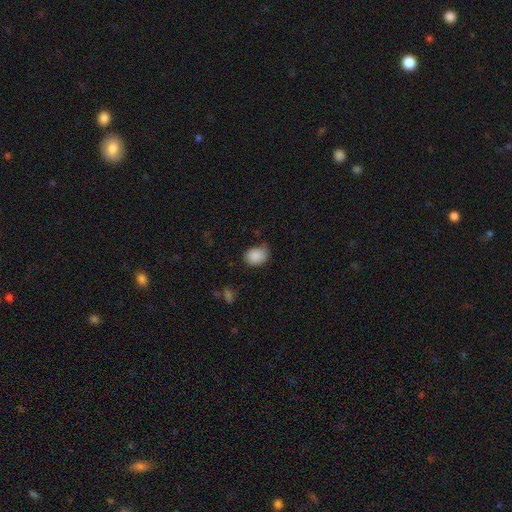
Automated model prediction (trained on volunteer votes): Smooth or featured?
  - smooth: 88% *
  - star or artifact: 8%
  - featured or disk: 4%
How rounded?
  - in between: 53% *
  - round: 46%
  - cigar-shaped: 1%
Merging?
  - none: 60% *
  - minor disturbance: 31%
  - major disturbance: 7%
  - merger: 2%